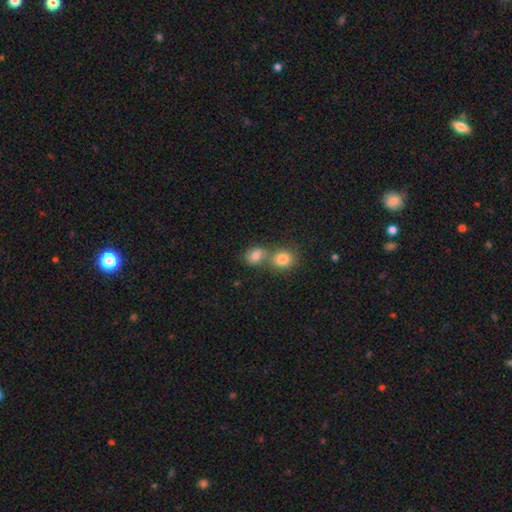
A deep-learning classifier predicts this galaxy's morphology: Smooth or featured? Predicted: smooth (p=0.78). How rounded? Predicted: round (p=0.63). Merging? Predicted: merger (p=0.49).